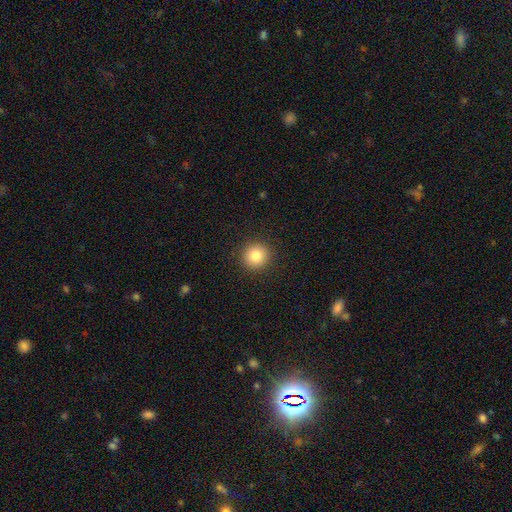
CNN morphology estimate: Smooth or featured? smooth (82%)
How rounded? round (94%)
Merging? none (92%)